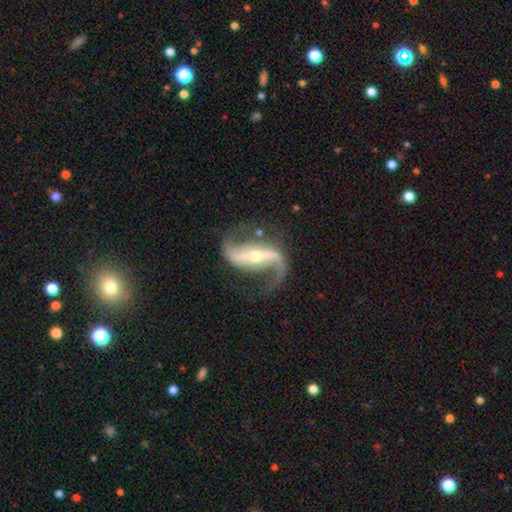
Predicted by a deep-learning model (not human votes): A featured or disk galaxy (92%) with a strong bar (65%), 2 (90%) loose (69%) spiral arms (97%) and a small central bulge (53%). Merging: none (72%).